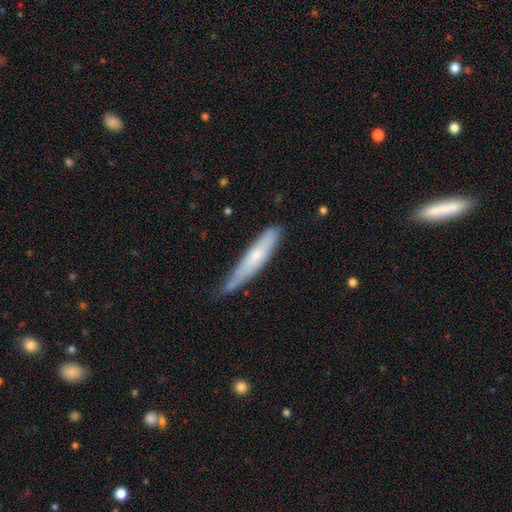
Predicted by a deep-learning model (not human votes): This appears to be a smooth galaxy with no disk features (61%) that is cigar-shaped (88%). Merging: none (52%).